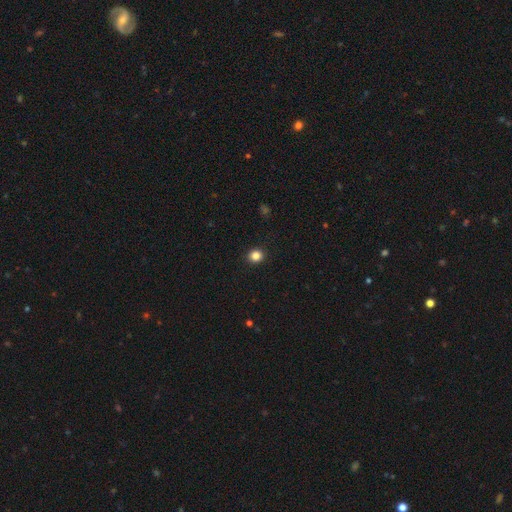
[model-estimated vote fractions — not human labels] smooth-or-featured: smooth: 84% | star or artifact: 12% | featured or disk: 4%
  how-rounded: round: 84% | in between: 15% | cigar-shaped: 1%
  merging: none: 92% | minor disturbance: 5% | major disturbance: 2% | merger: 1%